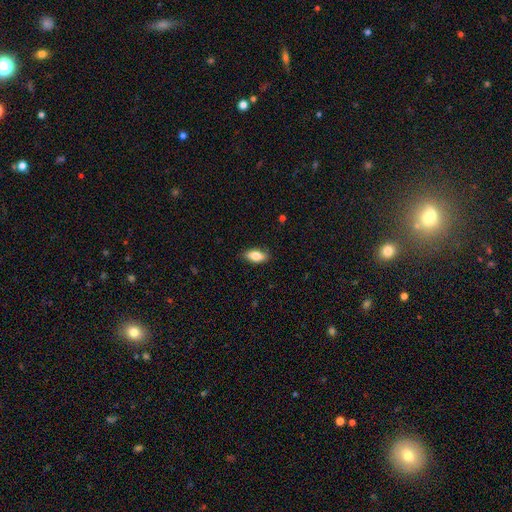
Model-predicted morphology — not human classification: Smooth or featured: smooth — 84% (featured or disk — 9%)
How rounded: in between — 89% (cigar-shaped — 8%)
Merging: none — 85% (minor disturbance — 12%)